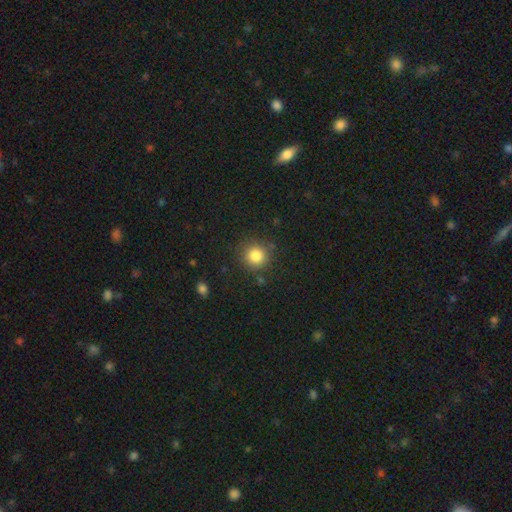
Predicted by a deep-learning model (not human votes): This is clearly a smooth galaxy (84%). How rounded: clearly round (91%). Merging: clearly none (85%).